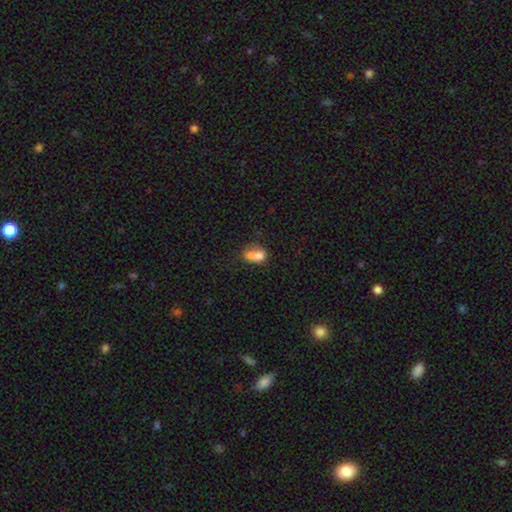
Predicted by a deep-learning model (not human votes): smooth-or-featured: smooth: 72% | featured or disk: 17% | star or artifact: 11%
  how-rounded: in between: 75% | round: 20% | cigar-shaped: 4%
  merging: merger: 36% | none: 28% | minor disturbance: 20% | major disturbance: 15%